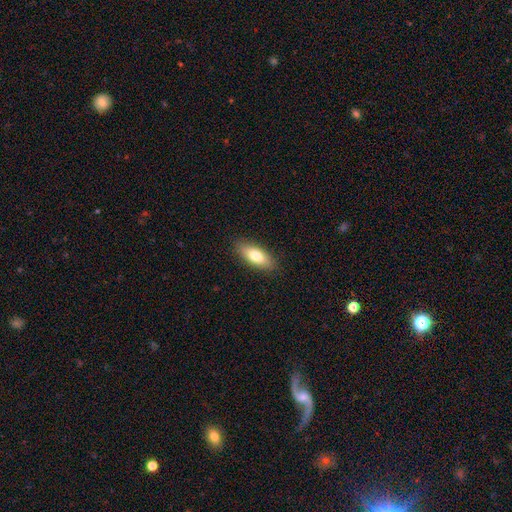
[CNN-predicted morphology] type=smooth (76%); roundness=in between (76%); merging=none (88%).